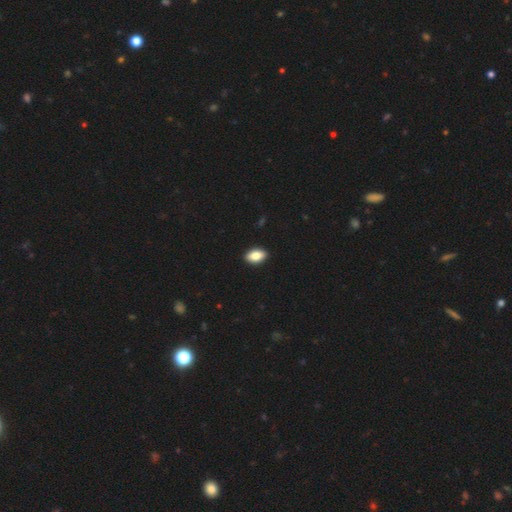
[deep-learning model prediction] Smooth or featured?
  - smooth: 84% *
  - featured or disk: 9%
  - star or artifact: 7%
How rounded?
  - in between: 91% *
  - round: 6%
  - cigar-shaped: 3%
Merging?
  - none: 91% *
  - minor disturbance: 7%
  - major disturbance: 1%
  - merger: 1%